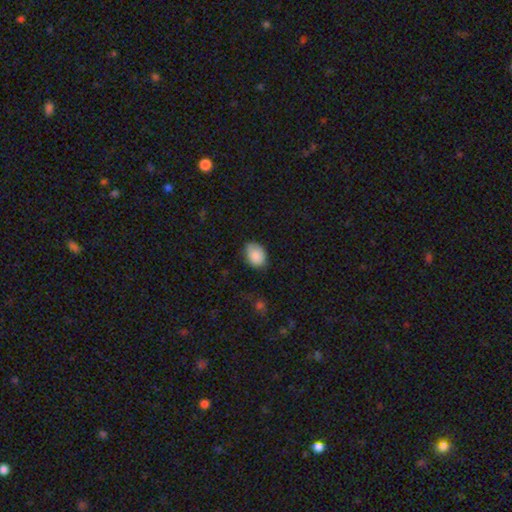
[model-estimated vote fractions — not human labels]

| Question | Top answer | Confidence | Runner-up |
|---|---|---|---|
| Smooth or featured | smooth | 86% | star or artifact (8%) |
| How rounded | in between | 69% | round (30%) |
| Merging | none | 68% | minor disturbance (26%) |